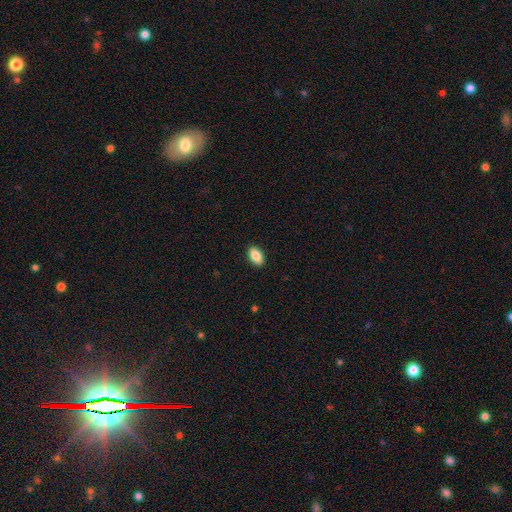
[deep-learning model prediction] Smooth or featured? smooth (86%)
How rounded? in between (91%)
Merging? none (90%)